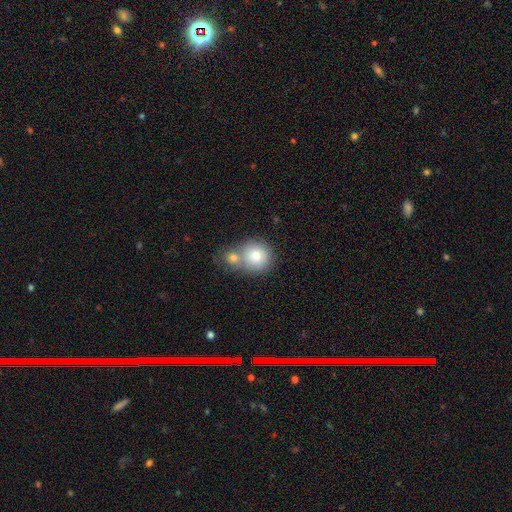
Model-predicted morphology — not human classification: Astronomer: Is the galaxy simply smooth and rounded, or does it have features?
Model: smooth — 78%.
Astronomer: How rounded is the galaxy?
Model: round — 89%.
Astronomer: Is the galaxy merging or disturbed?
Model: merger — 45% (runner-up: none, 44%).